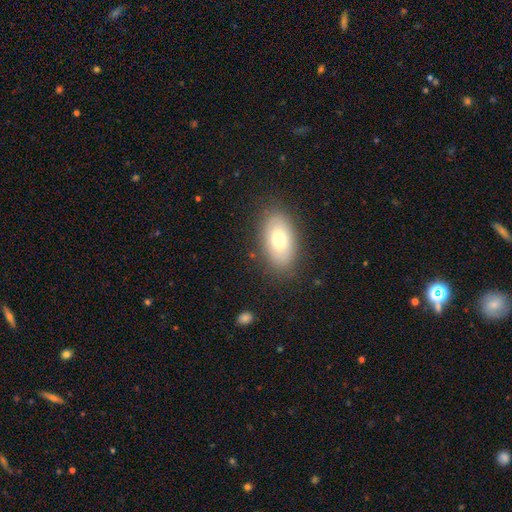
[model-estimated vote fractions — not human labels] Smooth or featured: smooth — 71% (featured or disk — 16%)
How rounded: in between — 89% (round — 7%)
Merging: none — 88% (minor disturbance — 8%)